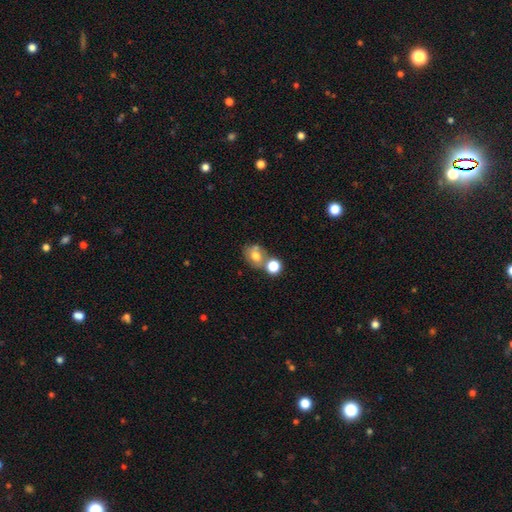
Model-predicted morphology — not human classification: The model was most divided on "how rounded": in between: 51%, round: 48%, cigar-shaped: 1%. Remaining: smooth or featured — smooth (67%); merging — none (47%).